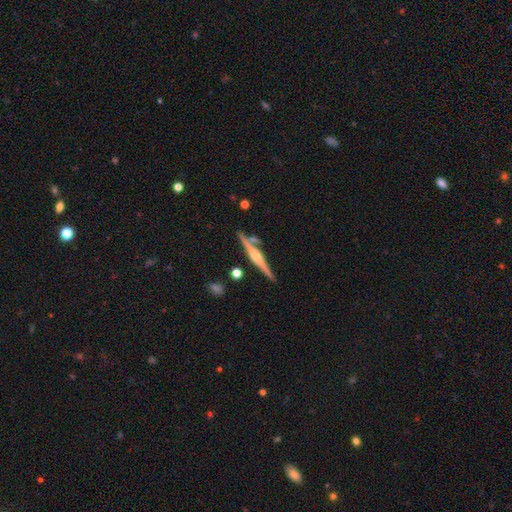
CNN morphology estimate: Overall: featured or disk (79%). Edge-on disk: yes (98%). Edge-on bulge: rounded (82%). Merging: none (81%).